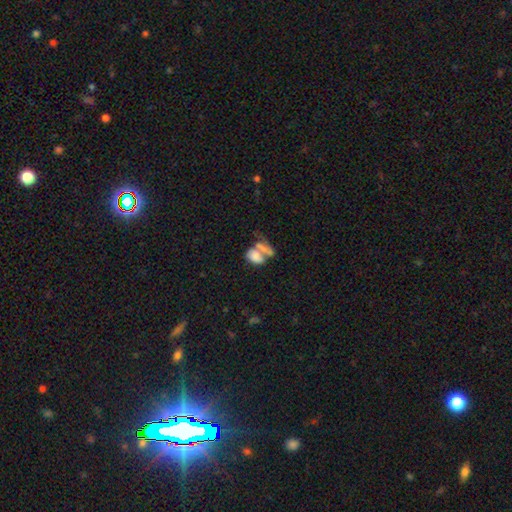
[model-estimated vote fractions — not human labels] Q: Smooth or featured?
A: smooth (70%); runner-up: featured or disk (19%)
Q: How rounded?
A: in between (81%); runner-up: round (16%)
Q: Merging?
A: merger (58%); runner-up: none (22%)